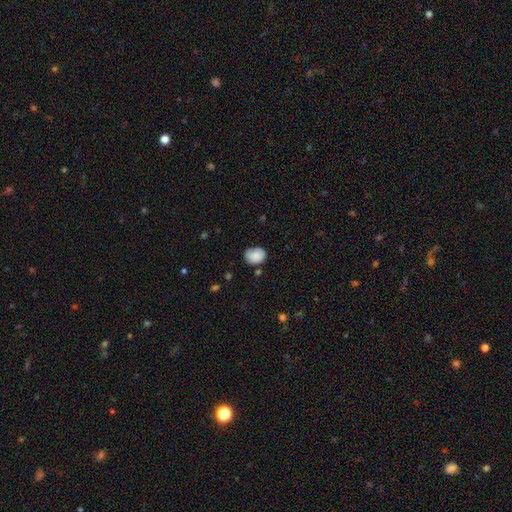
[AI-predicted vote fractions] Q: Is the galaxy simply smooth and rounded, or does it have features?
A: smooth — 84%.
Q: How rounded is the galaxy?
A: in between — 52%.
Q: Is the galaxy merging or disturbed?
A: none — 65%.